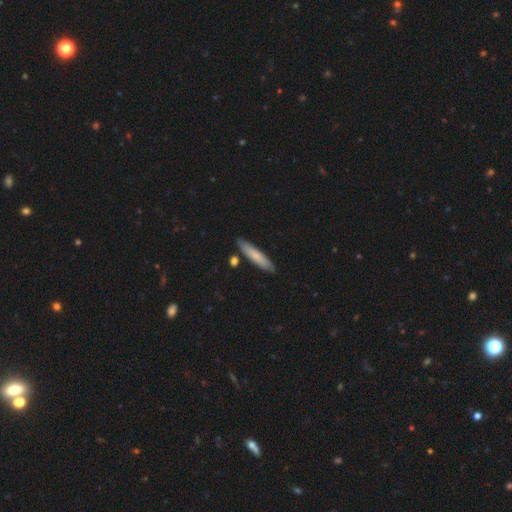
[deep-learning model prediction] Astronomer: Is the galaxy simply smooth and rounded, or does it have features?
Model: smooth — 74%.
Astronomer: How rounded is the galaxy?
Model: cigar-shaped — 85%.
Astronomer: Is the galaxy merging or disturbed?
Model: none — 84%.